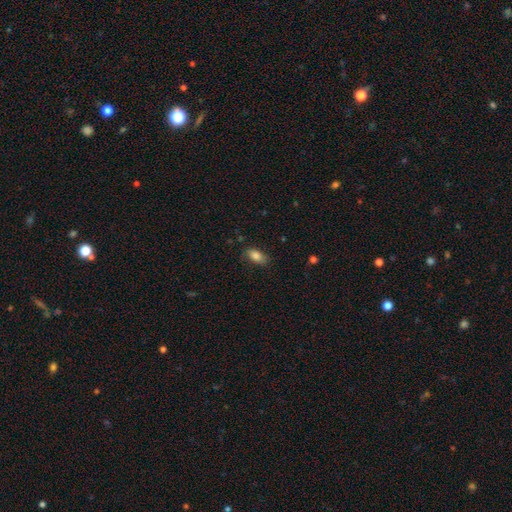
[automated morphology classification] A smooth galaxy with no disk features (84%) that is in between round and cigar-shaped (89%).

Vote fractions:
- Smooth or featured? smooth: 84% / star or artifact: 8% / featured or disk: 8%
- How rounded? in between: 89% / cigar-shaped: 5% / round: 5%
- Merging? none: 76% / minor disturbance: 18% / major disturbance: 5% / merger: 1%